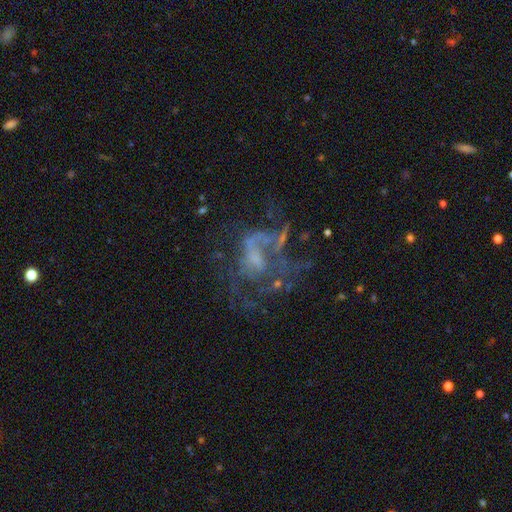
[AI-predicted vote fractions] This appears to be a featured or disk galaxy (68%) with no bar (73%), no spiral arms (57%) and no central bulge (39%). Merging: major disturbance (45%).